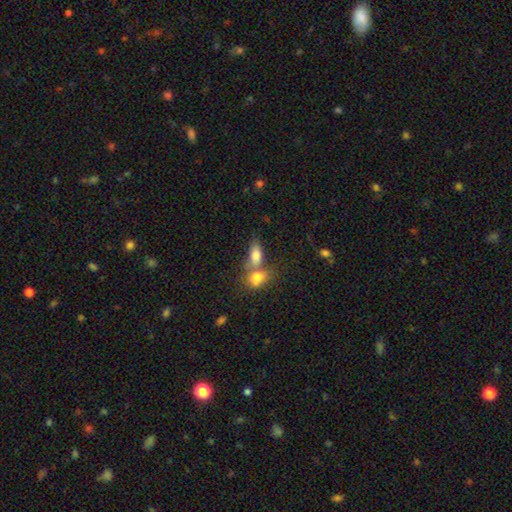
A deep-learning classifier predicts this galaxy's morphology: Smooth or featured: smooth — 78% (featured or disk — 12%)
How rounded: in between — 83% (round — 10%)
Merging: merger — 54% (none — 31%)